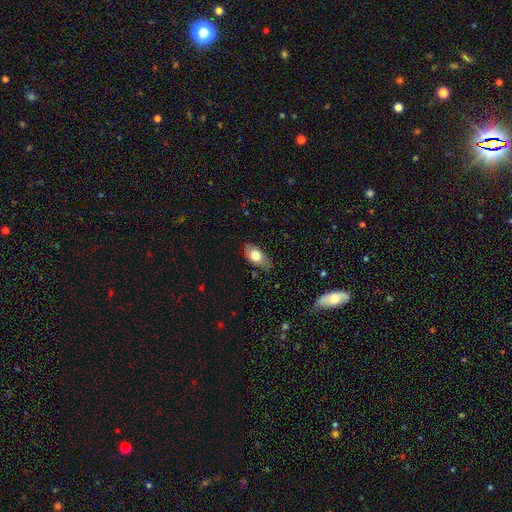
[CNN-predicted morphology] Q: Smooth or featured?
A: smooth (71%); runner-up: featured or disk (22%)
Q: How rounded?
A: in between (88%); runner-up: round (7%)
Q: Merging?
A: none (61%); runner-up: minor disturbance (31%)